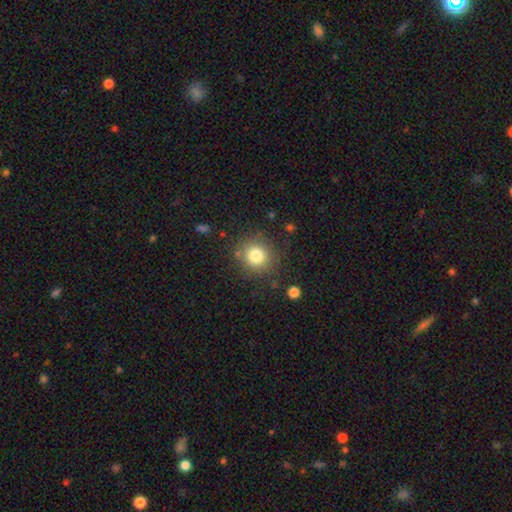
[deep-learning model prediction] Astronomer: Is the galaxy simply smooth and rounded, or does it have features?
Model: smooth — 80%.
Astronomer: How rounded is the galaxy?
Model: round — 89%.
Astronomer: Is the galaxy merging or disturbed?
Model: none — 83%.